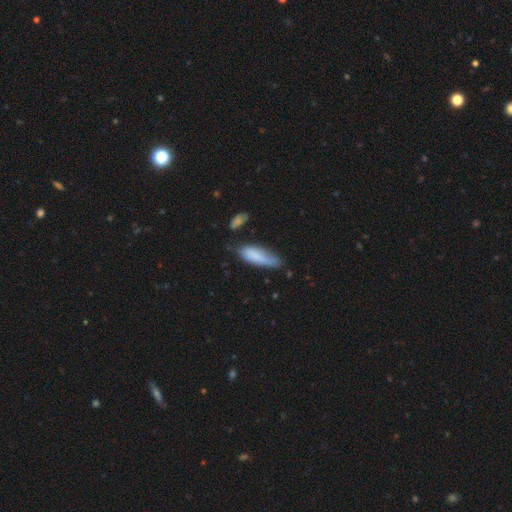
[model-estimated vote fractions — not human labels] Q: Smooth or featured?
A: smooth (79%); runner-up: featured or disk (14%)
Q: How rounded?
A: cigar-shaped (49%); tied with: in between (49%)
Q: Merging?
A: none (49%); runner-up: minor disturbance (34%)